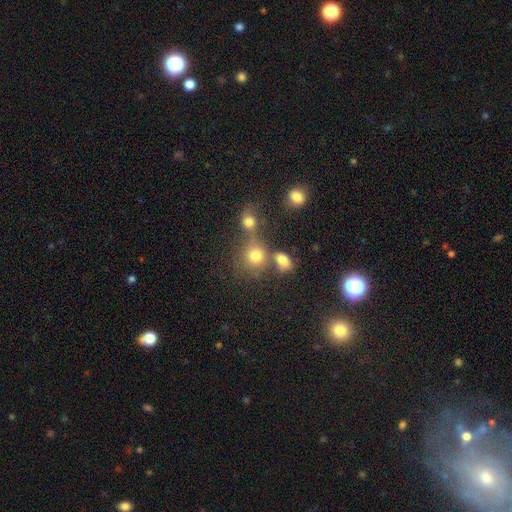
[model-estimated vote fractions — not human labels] smooth 76%, star or artifact 15%, featured or disk 9%. Down the decision tree: how rounded — round (80%); merging — none (48%).